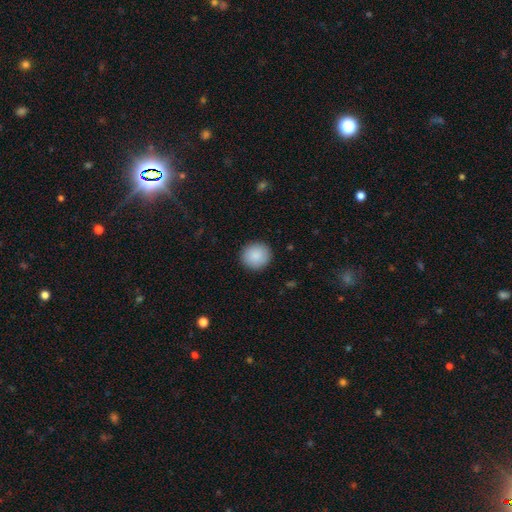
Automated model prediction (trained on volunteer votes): Overall: smooth (90%). How rounded: round (90%). Merging: none (92%).